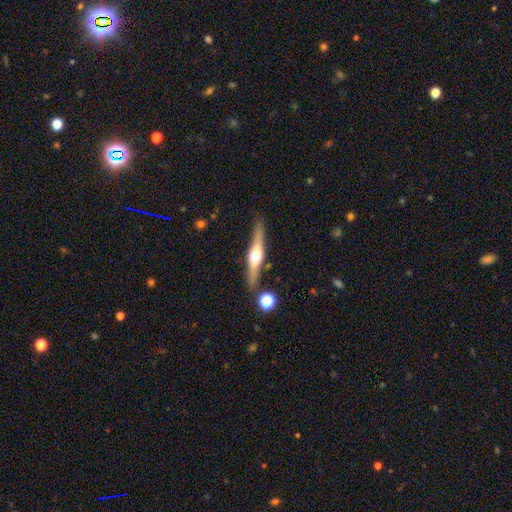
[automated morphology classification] A featured or disk galaxy (70%) viewed edge-on (96%) with a rounded central bulge (93%). Merging: none (82%).